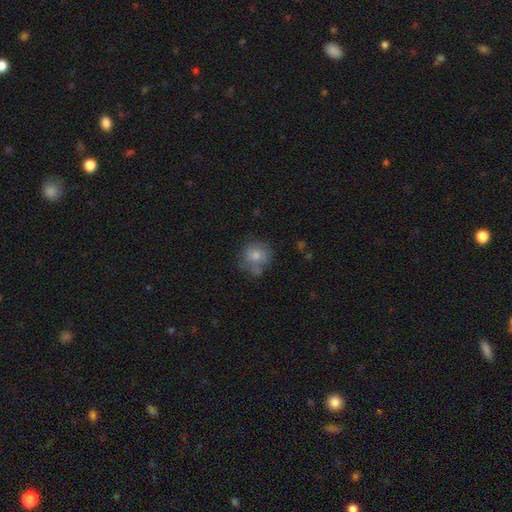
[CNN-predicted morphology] The model was most divided on "merging": none: 52%, minor disturbance: 24%, merger: 12%, major disturbance: 11%. More confident: how rounded — round (81%); smooth or featured — smooth (73%).